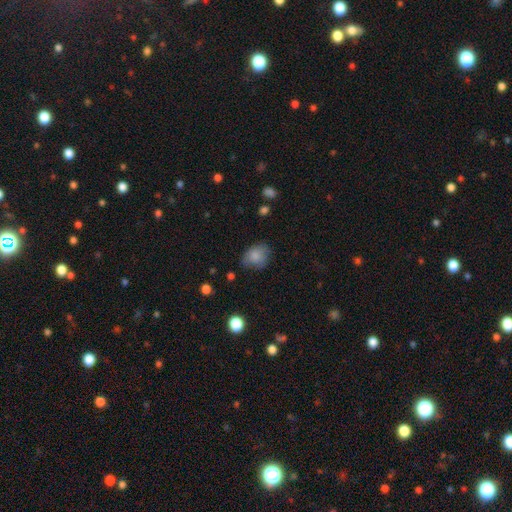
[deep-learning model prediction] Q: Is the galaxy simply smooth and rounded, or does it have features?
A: smooth — 83%.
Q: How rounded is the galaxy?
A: in between — 63%.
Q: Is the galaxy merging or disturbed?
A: none — 67%.